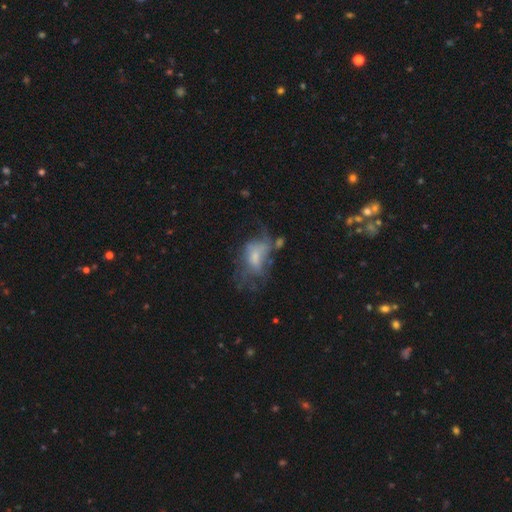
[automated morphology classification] This appears to be a featured or disk galaxy (53%) with no bar (64%), no spiral arms (56%) and a small central bulge (46%). Merging: major disturbance (44%).